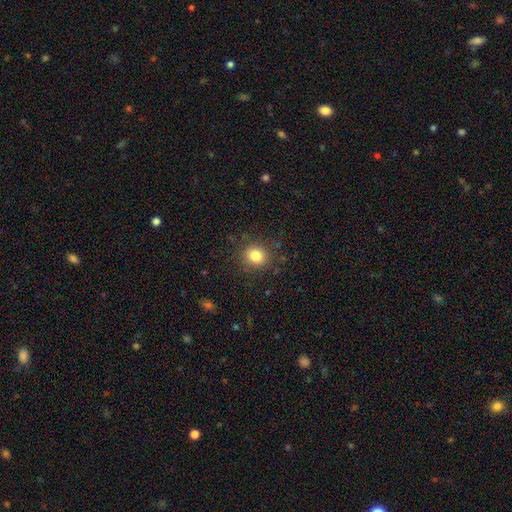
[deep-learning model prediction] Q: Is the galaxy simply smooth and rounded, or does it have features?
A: smooth — 82%.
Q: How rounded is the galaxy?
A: round — 81%.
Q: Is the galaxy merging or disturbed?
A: none — 87%.